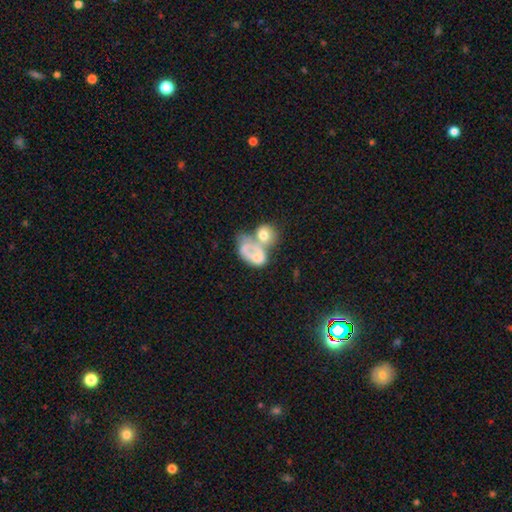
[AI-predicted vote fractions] Smooth or featured? smooth (48%)
Merging? merger (55%)